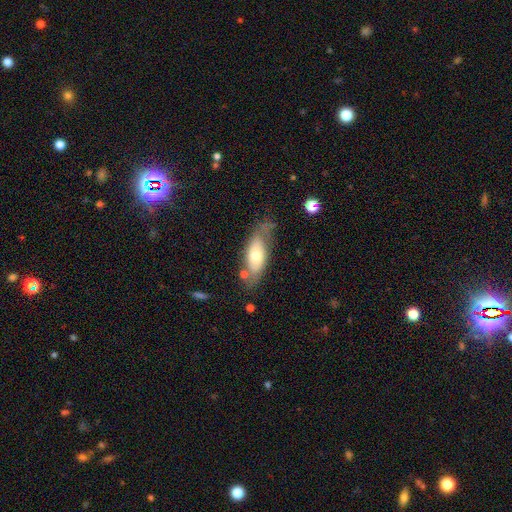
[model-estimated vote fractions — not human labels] Smooth or featured? smooth (55%)
How rounded? in between (79%)
Merging? none (56%)